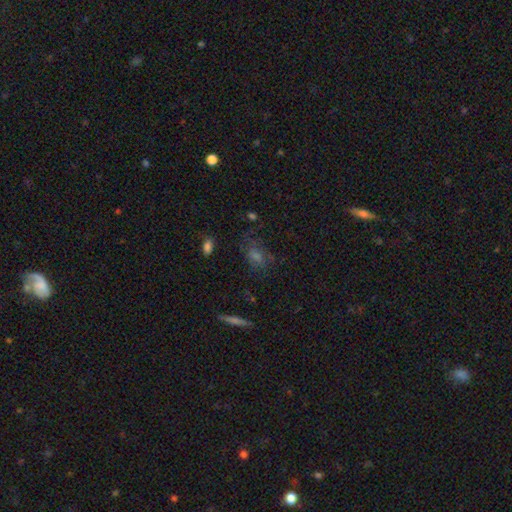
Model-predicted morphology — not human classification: smooth-or-featured: smooth: 40% | star or artifact: 32% | featured or disk: 29%
  merging: none: 65% | minor disturbance: 19% | major disturbance: 12% | merger: 3%